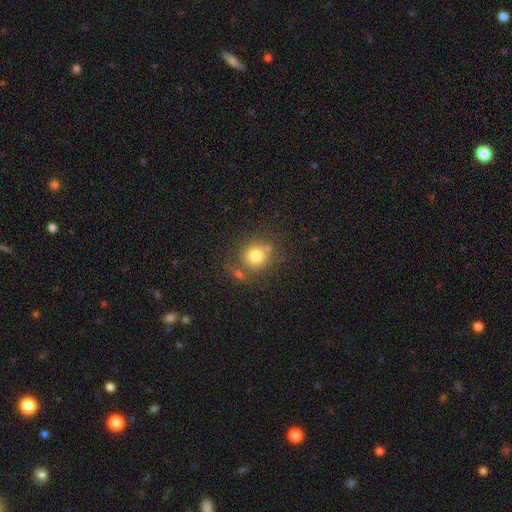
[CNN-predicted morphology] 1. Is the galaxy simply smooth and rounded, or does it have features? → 76% smooth, 13% star or artifact, 11% featured or disk.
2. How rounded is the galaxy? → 88% round, 11% in between, 1% cigar-shaped.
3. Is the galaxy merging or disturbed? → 68% none, 14% merger, 12% minor disturbance, 5% major disturbance.